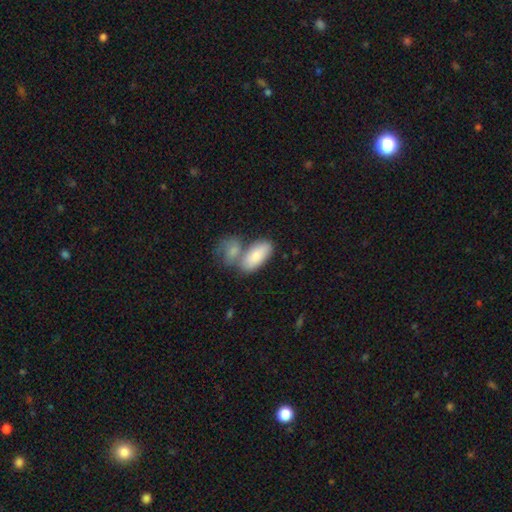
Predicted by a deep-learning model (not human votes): Morphology: type=smooth (79%); roundness=in between (90%); merging=merger (50%).